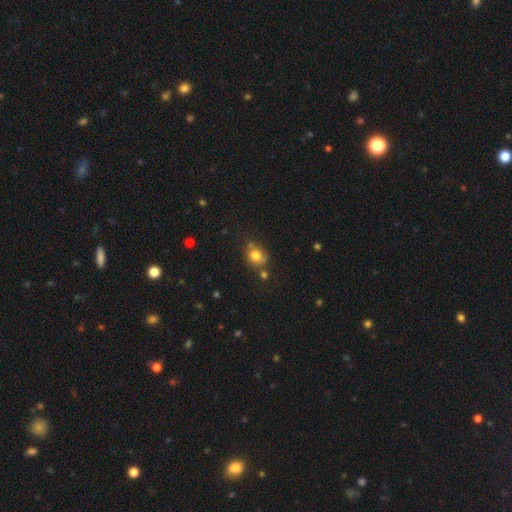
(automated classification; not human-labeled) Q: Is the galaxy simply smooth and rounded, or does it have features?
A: smooth — 79%.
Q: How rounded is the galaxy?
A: round — 60%.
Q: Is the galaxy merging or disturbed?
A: none — 60%.